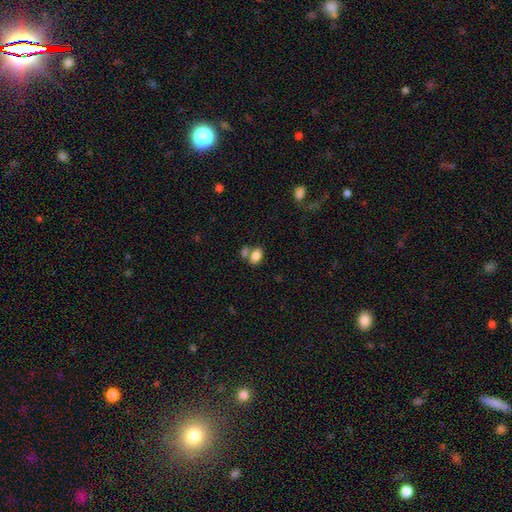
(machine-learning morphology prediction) Q: Smooth or featured?
A: smooth (84%); runner-up: star or artifact (9%)
Q: How rounded?
A: in between (87%); runner-up: round (11%)
Q: Merging?
A: none (49%); runner-up: merger (36%)